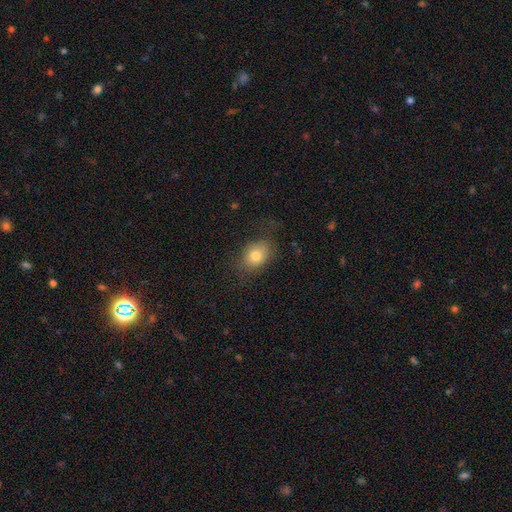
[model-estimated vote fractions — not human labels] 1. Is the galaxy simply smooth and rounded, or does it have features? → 78% smooth, 12% featured or disk, 10% star or artifact.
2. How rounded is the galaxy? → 63% in between, 36% round, 1% cigar-shaped.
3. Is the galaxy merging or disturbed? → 69% none, 20% minor disturbance, 10% major disturbance, 1% merger.